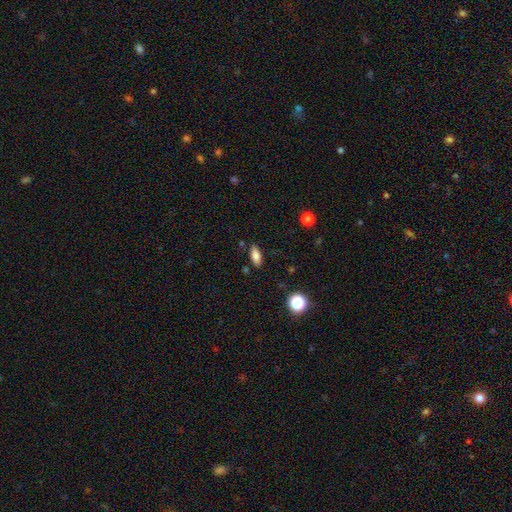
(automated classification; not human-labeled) This is likely a smooth galaxy (80%). How rounded: likely in between (80%). Merging: clearly none (86%).